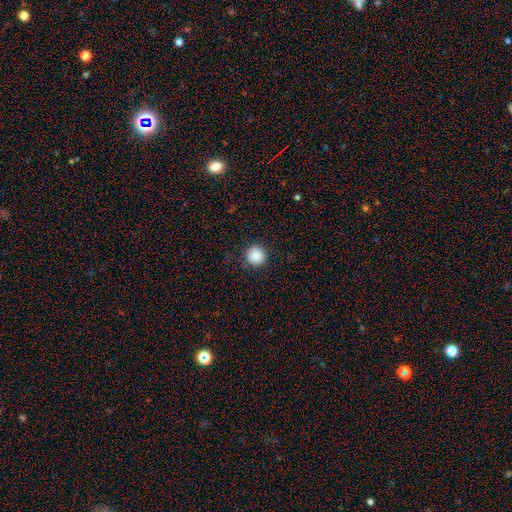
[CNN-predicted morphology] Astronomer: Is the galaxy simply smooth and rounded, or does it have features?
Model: smooth — 89%.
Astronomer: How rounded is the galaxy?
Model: round — 95%.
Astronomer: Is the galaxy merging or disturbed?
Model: none — 89%.